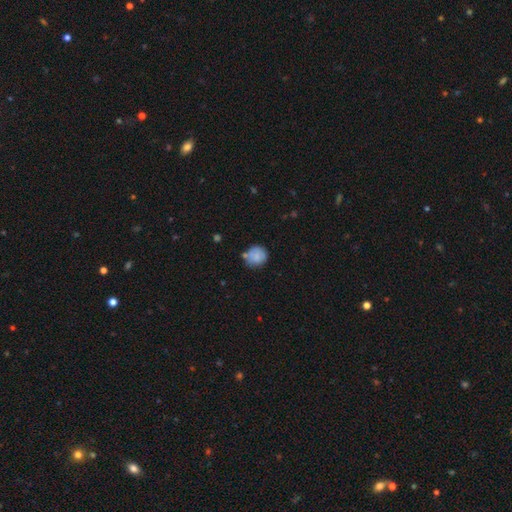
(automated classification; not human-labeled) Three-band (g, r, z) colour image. It shows a smooth galaxy with no disk features (77%) that is round (86%). Merging: none (65%).